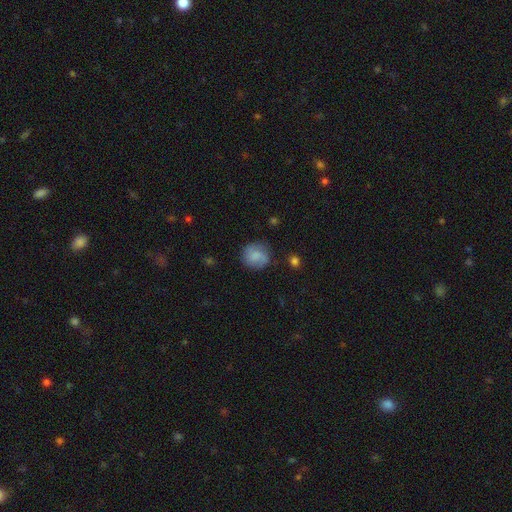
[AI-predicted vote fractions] smooth-or-featured: smooth: 70% | featured or disk: 21% | star or artifact: 8%
  how-rounded: round: 82% | in between: 17% | cigar-shaped: 1%
  merging: none: 71% | minor disturbance: 19% | major disturbance: 7% | merger: 2%